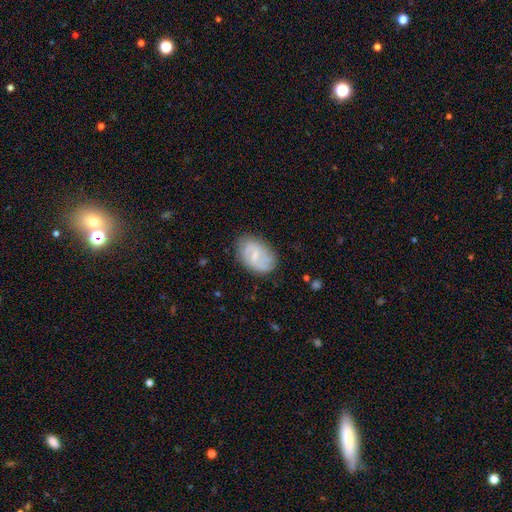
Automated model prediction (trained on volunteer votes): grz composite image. It shows a featured or disk galaxy (57%) with a weak bar (55%), spiral arms (74%) and a small central bulge (60%). Merging: none (74%).